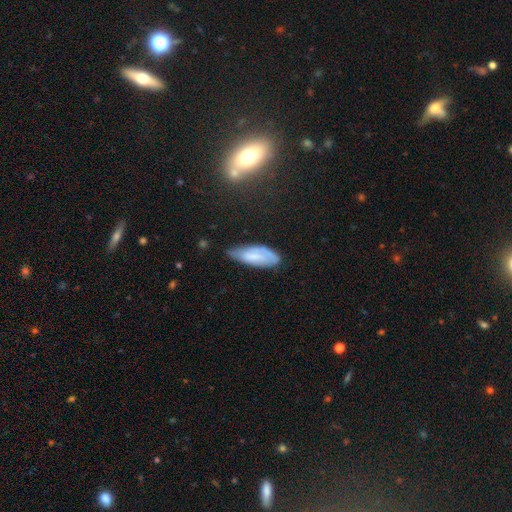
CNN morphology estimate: This is possibly a smooth galaxy (54%). How rounded: likely in between (71%). Merging: possibly none (50%).